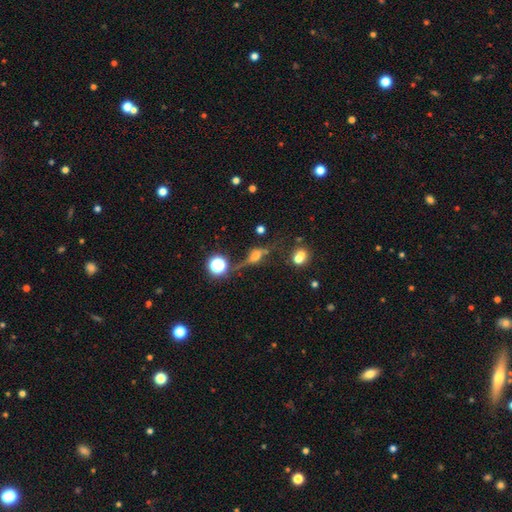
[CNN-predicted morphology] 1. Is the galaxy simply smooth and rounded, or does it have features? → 57% featured or disk, 23% smooth, 20% star or artifact.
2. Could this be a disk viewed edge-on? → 73% yes, 27% no.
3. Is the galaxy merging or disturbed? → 54% none, 19% minor disturbance, 17% major disturbance, 10% merger.